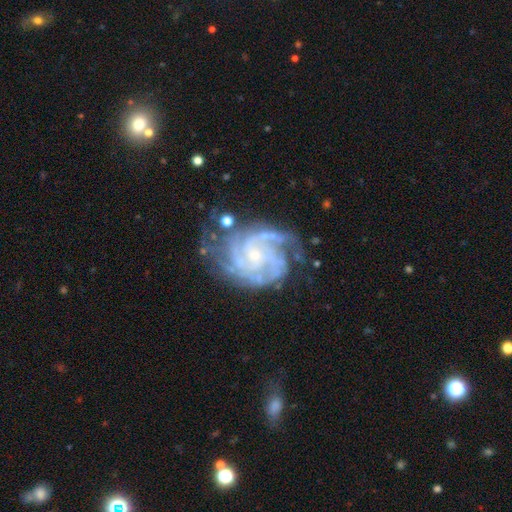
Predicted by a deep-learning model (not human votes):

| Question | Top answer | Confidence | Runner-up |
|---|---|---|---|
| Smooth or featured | featured or disk | 89% | star or artifact (6%) |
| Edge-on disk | no | 98% | yes (2%) |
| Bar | no | 70% | weak (25%) |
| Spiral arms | yes | 97% | no (3%) |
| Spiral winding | tight | 61% | medium (33%) |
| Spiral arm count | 4 | 26% | 3 (22%) |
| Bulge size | small | 76% | moderate (17%) |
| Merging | none | 64% | minor disturbance (21%) |